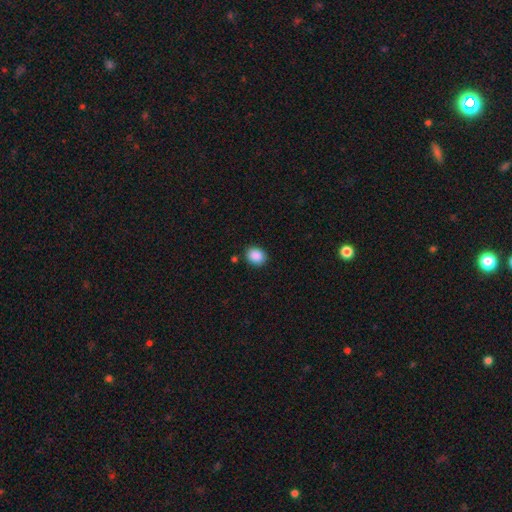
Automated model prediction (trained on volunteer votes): smooth-or-featured: smooth: 89% | star or artifact: 8% | featured or disk: 3%
  how-rounded: round: 54% | in between: 45% | cigar-shaped: 1%
  merging: none: 86% | minor disturbance: 9% | major disturbance: 2% | merger: 2%